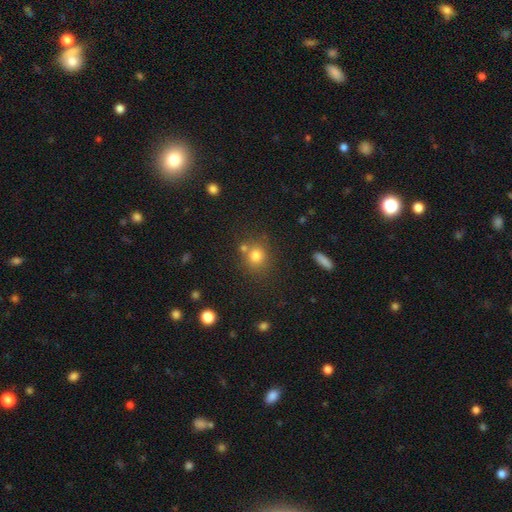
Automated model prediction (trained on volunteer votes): The model was most divided on "merging": none: 69%, merger: 16%, minor disturbance: 11%, major disturbance: 4%. More confident: how rounded — round (81%); smooth or featured — smooth (77%).